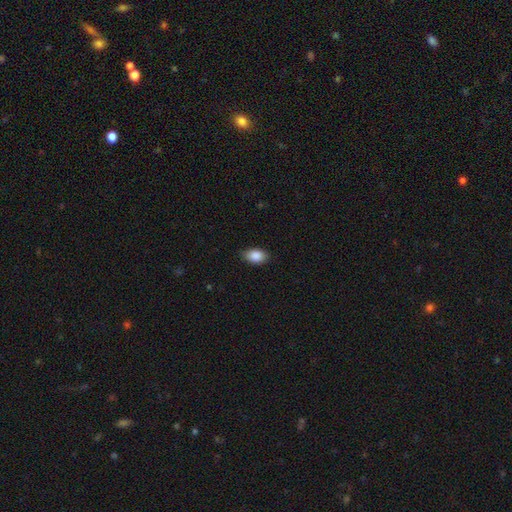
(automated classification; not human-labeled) The model was most divided on "merging": none: 82%, minor disturbance: 14%, major disturbance: 3%, merger: 1%. More confident: how rounded — in between (89%); smooth or featured — smooth (88%).